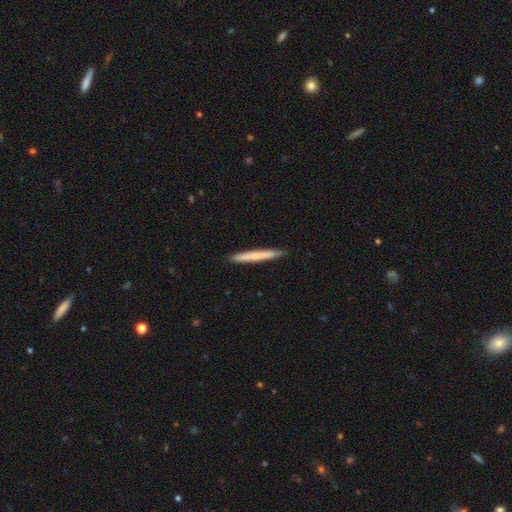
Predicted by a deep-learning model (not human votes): Morphology: type=smooth (65%); roundness=cigar-shaped (97%); merging=none (91%).